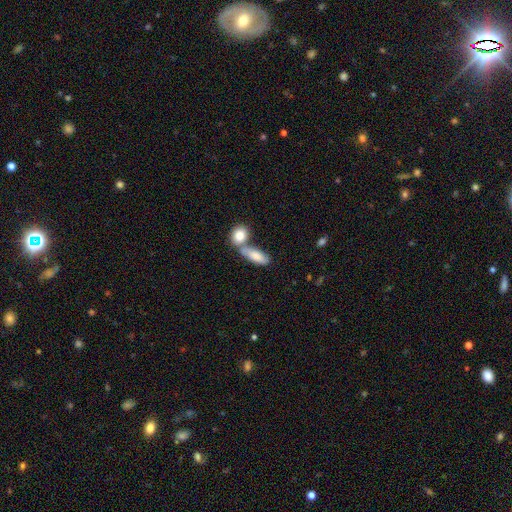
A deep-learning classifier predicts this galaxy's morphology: Smooth or featured? smooth (80%)
How rounded? in between (76%)
Merging? merger (47%)